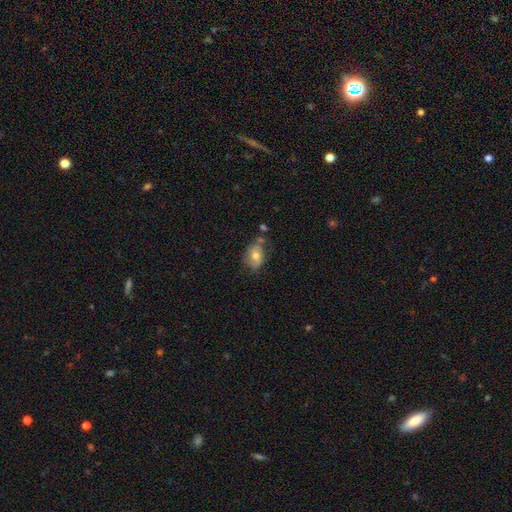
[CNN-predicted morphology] A smooth galaxy with no disk features (59%) that is in between round and cigar-shaped (72%). Merging: none (54%).